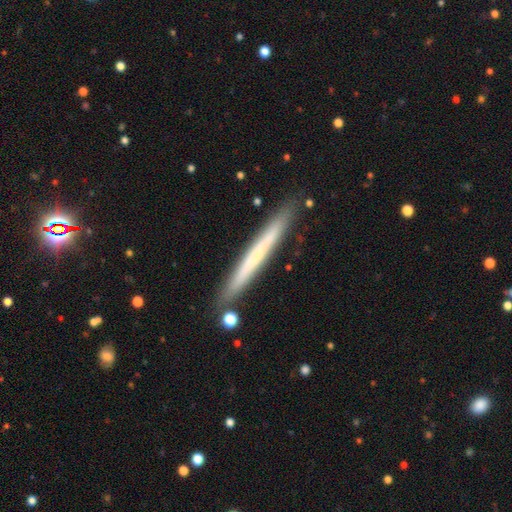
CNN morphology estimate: smooth_or_featured: smooth (p=0.52) [alt: featured or disk p=0.42]
how_rounded: cigar-shaped (p=0.97) [alt: in between p=0.02]
merging: none (p=0.88) [alt: minor disturbance p=0.08]